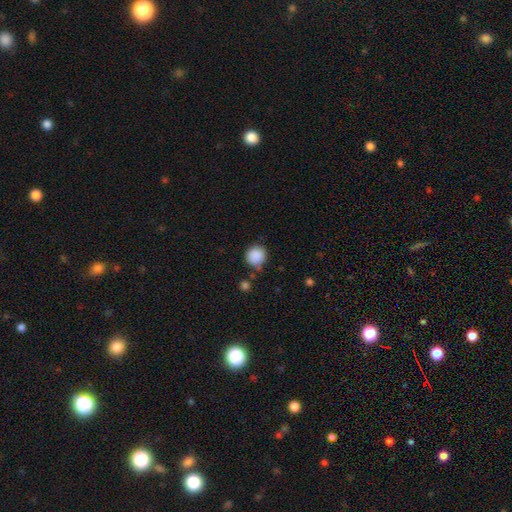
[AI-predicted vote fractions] Smooth or featured? Predicted: smooth (p=0.88). How rounded? Predicted: round (p=0.87). Merging? Predicted: none (p=0.73).